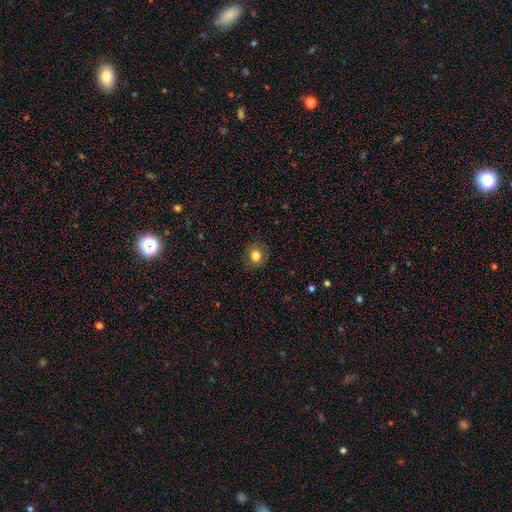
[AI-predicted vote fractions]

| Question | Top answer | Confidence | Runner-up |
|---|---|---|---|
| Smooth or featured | smooth | 81% | star or artifact (11%) |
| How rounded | round | 82% | in between (17%) |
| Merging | none | 87% | minor disturbance (10%) |